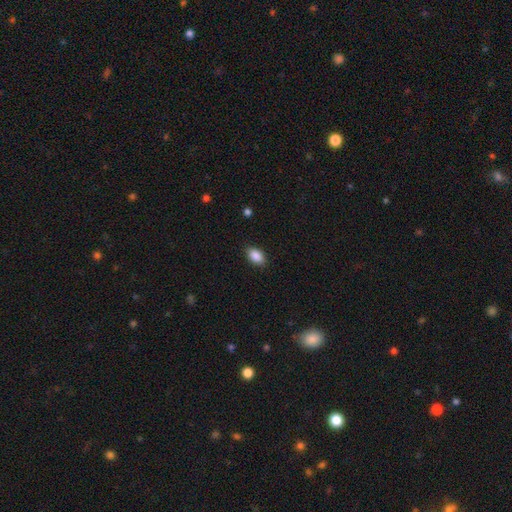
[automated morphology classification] Smooth or featured: smooth — 89% (star or artifact — 8%)
How rounded: in between — 90% (round — 8%)
Merging: none — 87% (minor disturbance — 10%)